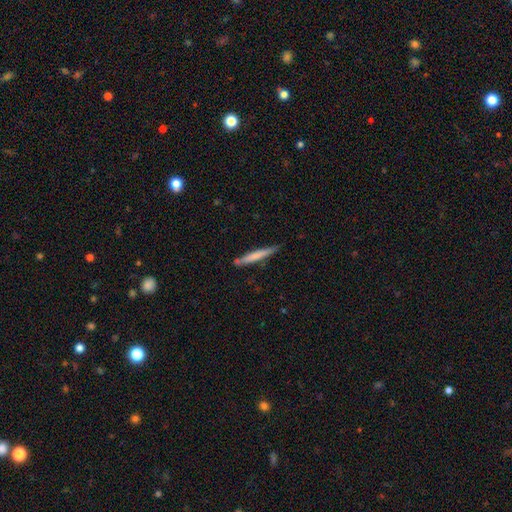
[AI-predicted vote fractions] Smooth or featured?
  - smooth: 67% *
  - featured or disk: 28%
  - star or artifact: 5%
How rounded?
  - cigar-shaped: 95% *
  - in between: 4%
  - round: 1%
Merging?
  - none: 77% *
  - minor disturbance: 16%
  - merger: 4%
  - major disturbance: 3%